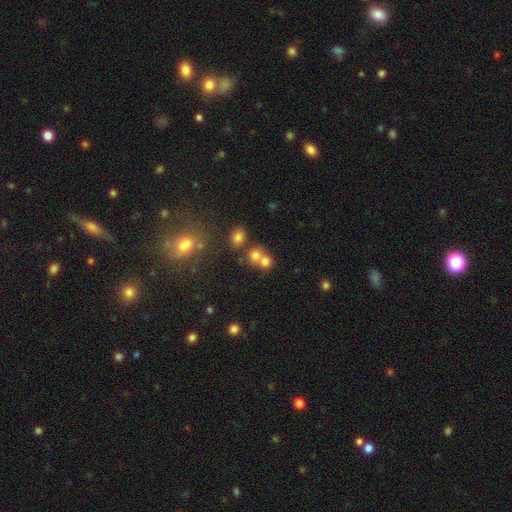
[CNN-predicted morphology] Q: Smooth or featured?
A: smooth (71%); runner-up: star or artifact (16%)
Q: How rounded?
A: round (79%); runner-up: in between (20%)
Q: Merging?
A: merger (51%); runner-up: none (40%)